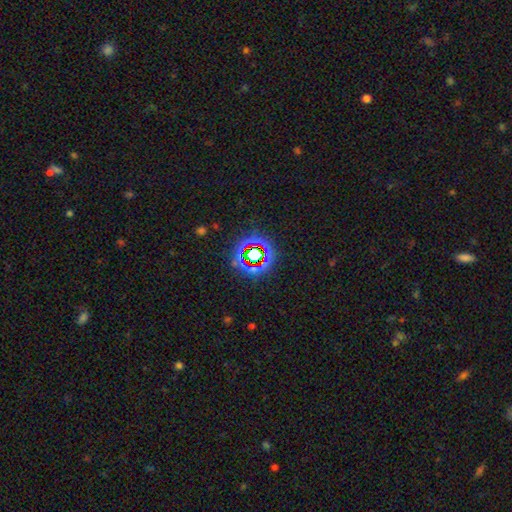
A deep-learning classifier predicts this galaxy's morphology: Q: Smooth or featured?
A: star or artifact (71%); runner-up: smooth (18%)